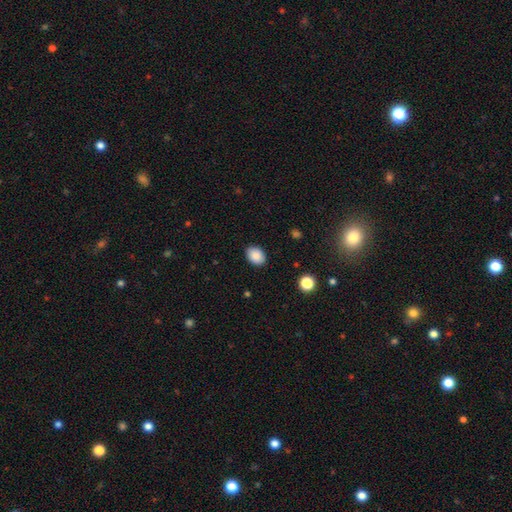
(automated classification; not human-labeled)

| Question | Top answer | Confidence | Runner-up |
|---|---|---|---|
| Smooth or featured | smooth | 88% | star or artifact (8%) |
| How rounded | in between | 75% | round (24%) |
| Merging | none | 88% | minor disturbance (9%) |